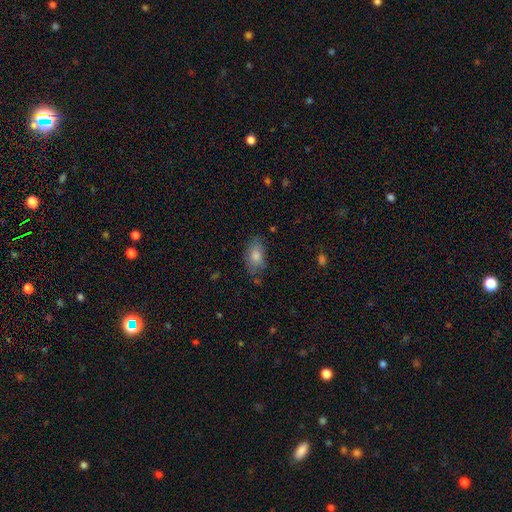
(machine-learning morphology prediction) smooth_or_featured: smooth (p=0.75) [alt: featured or disk p=0.15]
how_rounded: in between (p=0.89) [alt: round p=0.07]
merging: none (p=0.73) [alt: minor disturbance p=0.20]